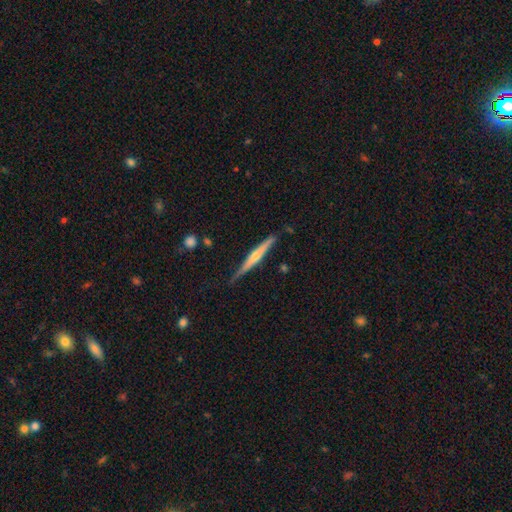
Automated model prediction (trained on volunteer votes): smooth-or-featured: featured or disk: 64% | smooth: 30% | star or artifact: 6%
  disk-edge-on: yes: 97% | no: 3%
    edge-on-bulge: rounded: 70% | none: 22% | boxy: 8%
  merging: none: 77% | minor disturbance: 18% | major disturbance: 3% | merger: 2%